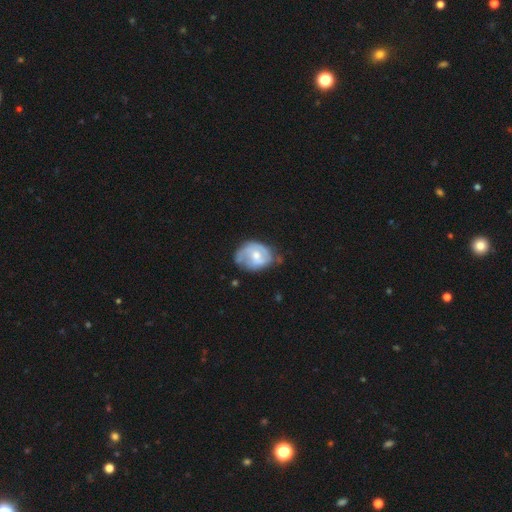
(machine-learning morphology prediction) smooth_or_featured: featured or disk (p=0.61) [alt: smooth p=0.33]
disk_edge_on: no (p=0.97) [alt: yes p=0.03]
bar: no (p=0.62) [alt: weak p=0.32]
has_spiral_arms: yes (p=0.71) [alt: no p=0.29]
bulge_size: moderate (p=0.57) [alt: small p=0.36]
merging: none (p=0.42) [alt: minor disturbance p=0.36]